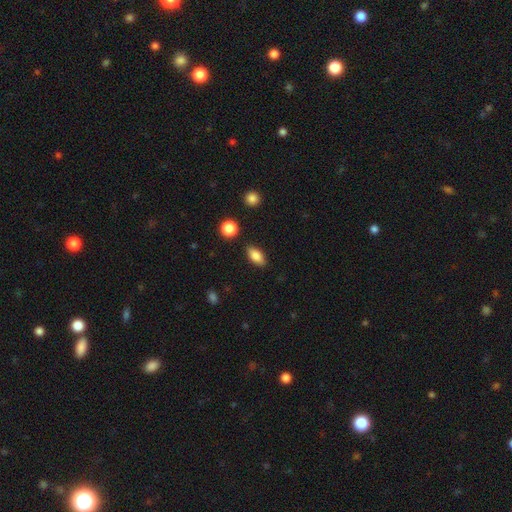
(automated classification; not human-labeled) A smooth galaxy with no disk features (83%) that is in between round and cigar-shaped (85%).

Vote fractions:
- Smooth or featured? smooth: 83% / featured or disk: 9% / star or artifact: 8%
- How rounded? in between: 85% / cigar-shaped: 10% / round: 5%
- Merging? none: 86% / minor disturbance: 9% / major disturbance: 2% / merger: 2%